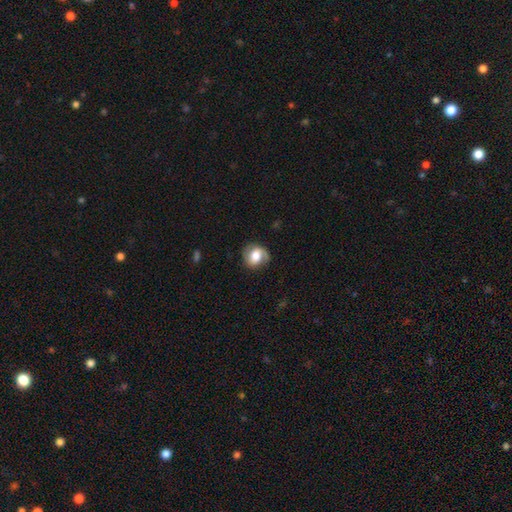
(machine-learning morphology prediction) Smooth or featured: featured or disk — 49% (smooth — 43%)
Merging: none — 72% (minor disturbance — 19%)